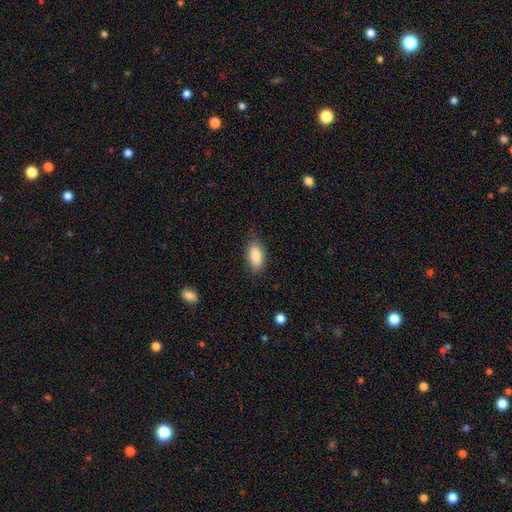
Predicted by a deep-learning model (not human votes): smooth-or-featured: smooth: 87% | star or artifact: 7% | featured or disk: 6%
  how-rounded: in between: 90% | cigar-shaped: 7% | round: 3%
  merging: none: 81% | minor disturbance: 15% | major disturbance: 3% | merger: 1%